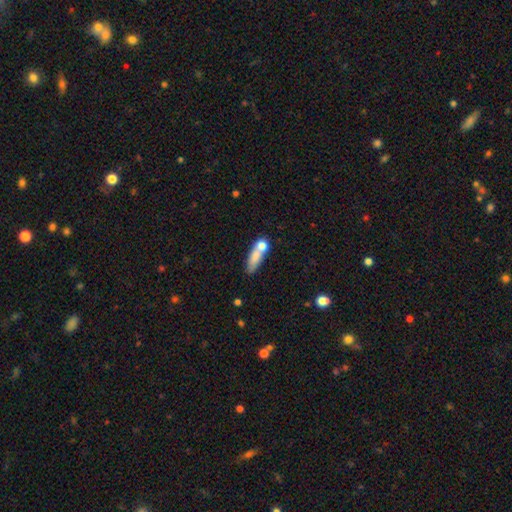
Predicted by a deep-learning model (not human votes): A smooth galaxy with no disk features (71%) that is cigar-shaped (53%). Merging: none (41%).